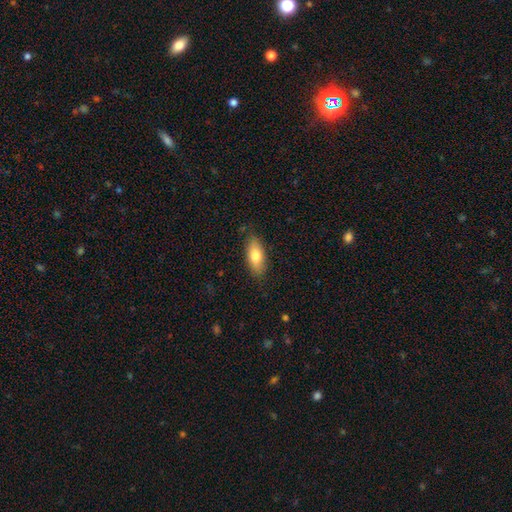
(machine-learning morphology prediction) Smooth or featured? Predicted: smooth (p=0.76). How rounded? Predicted: in between (p=0.79). Merging? Predicted: none (p=0.83).